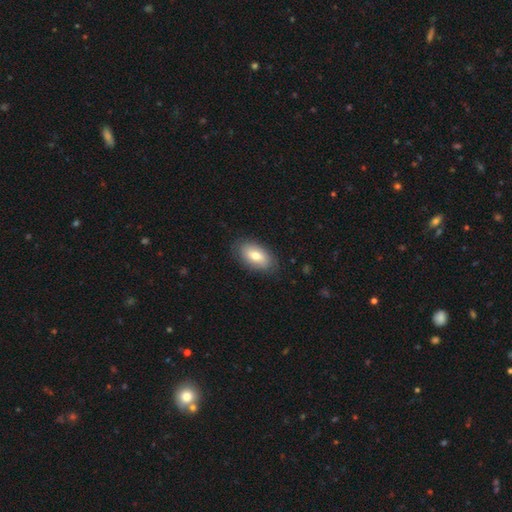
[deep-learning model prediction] Smooth or featured? smooth (72%)
How rounded? in between (92%)
Merging? none (83%)